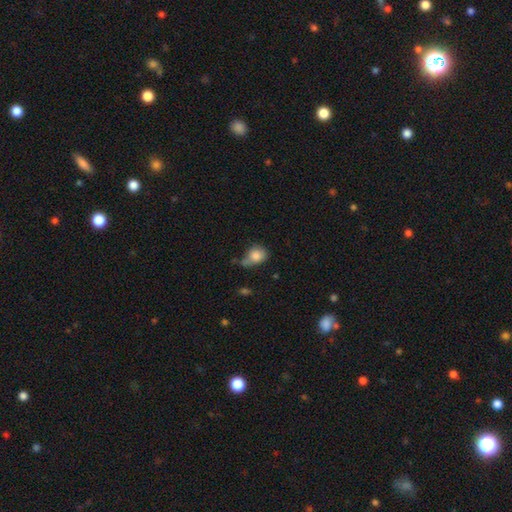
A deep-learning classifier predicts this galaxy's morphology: Smooth or featured? smooth (82%)
How rounded? round (55%)
Merging? none (37%)